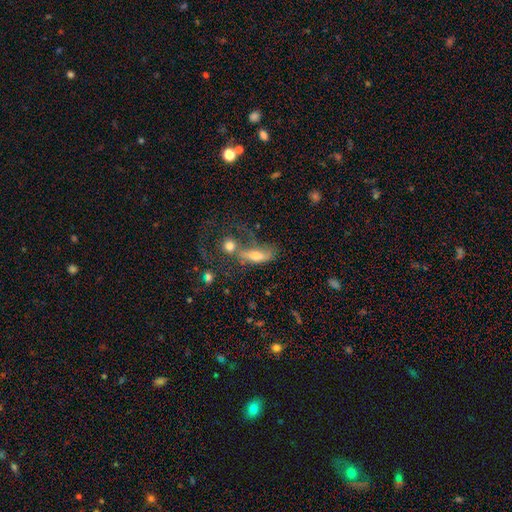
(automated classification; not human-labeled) A smooth galaxy with no disk features (50%). Merging: merger (41%).